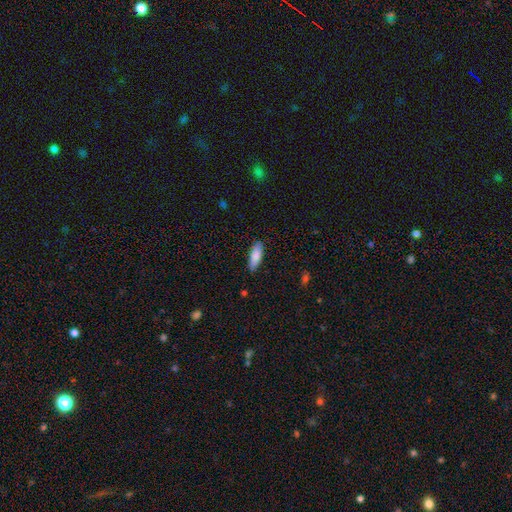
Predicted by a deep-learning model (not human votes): Morphology: type=smooth (85%); roundness=in between (65%); merging=none (86%).